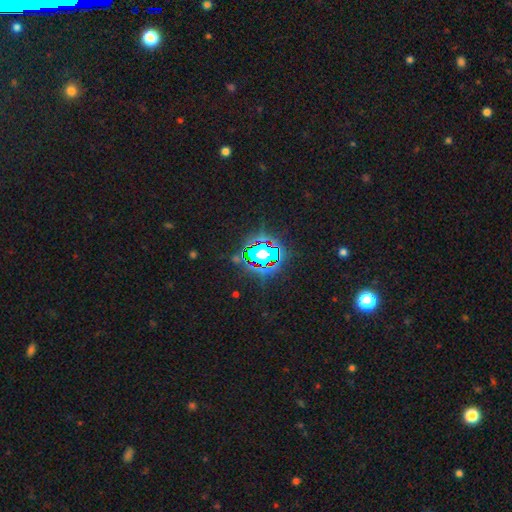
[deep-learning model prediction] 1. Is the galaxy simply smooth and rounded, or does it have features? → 82% star or artifact, 10% smooth, 7% featured or disk.